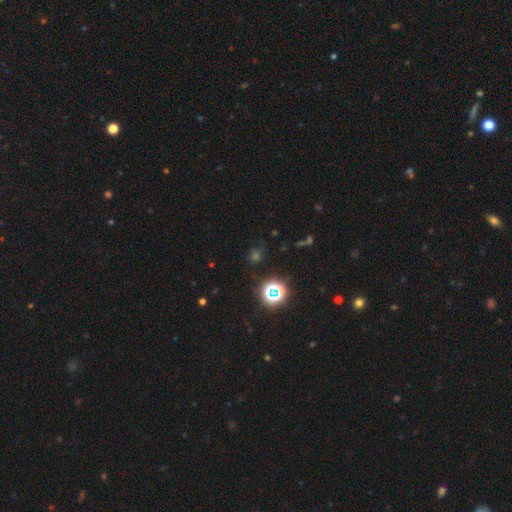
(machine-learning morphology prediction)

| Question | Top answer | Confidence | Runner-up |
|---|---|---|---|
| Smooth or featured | star or artifact | 56% | smooth (36%) |